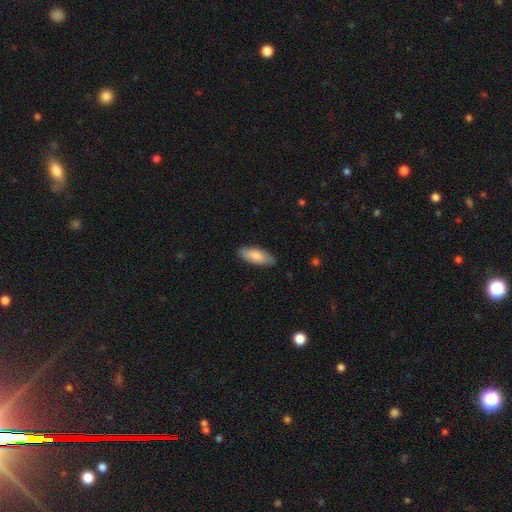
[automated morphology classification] Smooth or featured? smooth (82%)
How rounded? in between (78%)
Merging? none (86%)